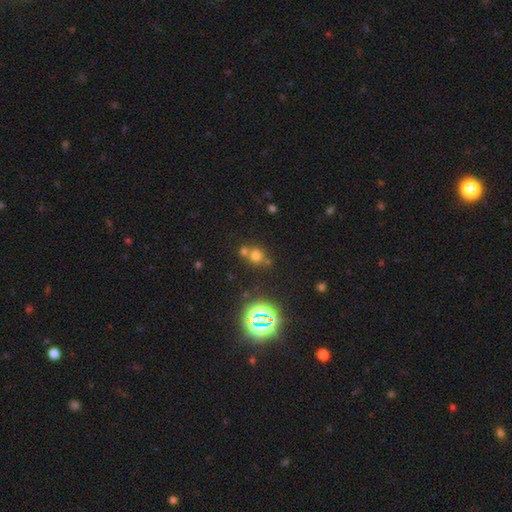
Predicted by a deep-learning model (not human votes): Morphology: type=smooth (59%); roundness=round (82%); merging=none (55%).